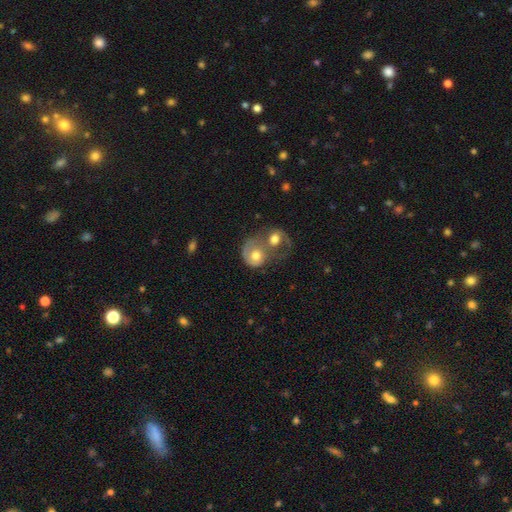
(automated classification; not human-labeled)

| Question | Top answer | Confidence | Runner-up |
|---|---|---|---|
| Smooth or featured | smooth | 48% | featured or disk (46%) |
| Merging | merger | 72% | none (11%) |